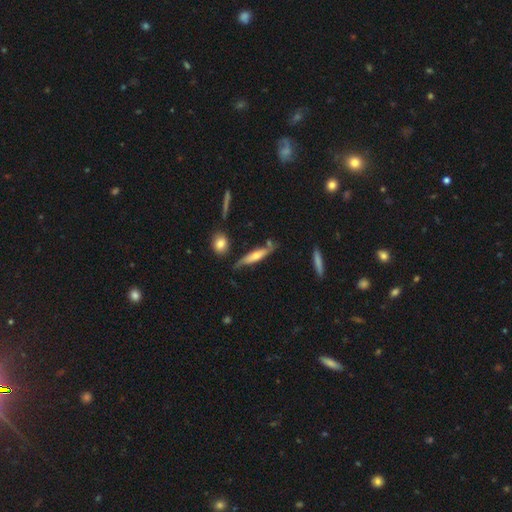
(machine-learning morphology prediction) The model was most divided on "smooth or featured": smooth: 48%, featured or disk: 46%, star or artifact: 6%. More confident: merging — none (69%).